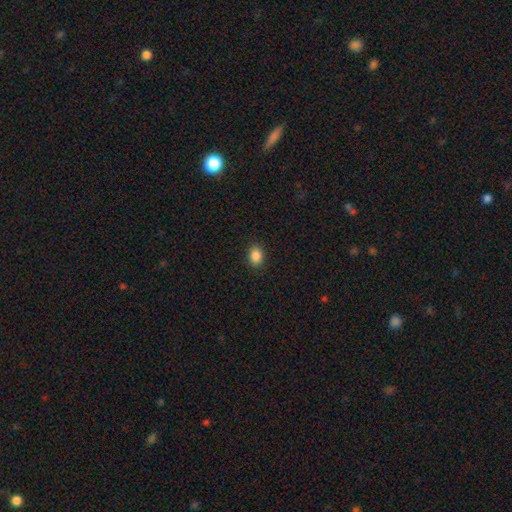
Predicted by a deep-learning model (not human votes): Smooth or featured? Predicted: smooth (p=0.87). How rounded? Predicted: in between (p=0.64). Merging? Predicted: none (p=0.89).